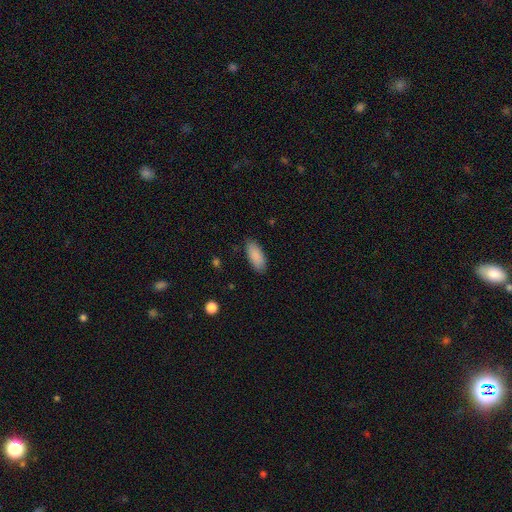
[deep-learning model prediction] Overall: smooth (89%). How rounded: in between (84%). Merging: none (86%).